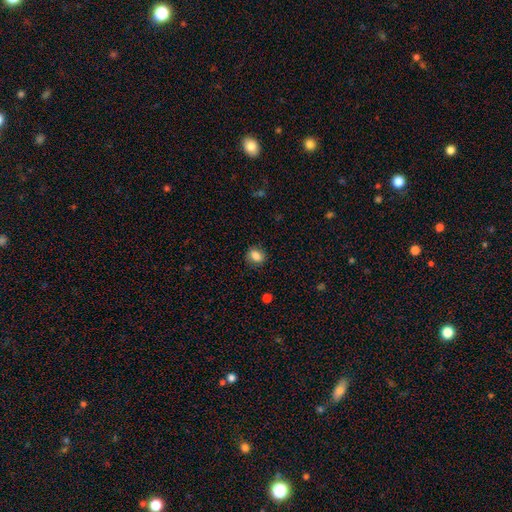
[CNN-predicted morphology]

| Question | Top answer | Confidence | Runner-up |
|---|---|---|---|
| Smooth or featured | smooth | 84% | star or artifact (9%) |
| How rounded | in between | 55% | round (43%) |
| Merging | none | 82% | minor disturbance (13%) |